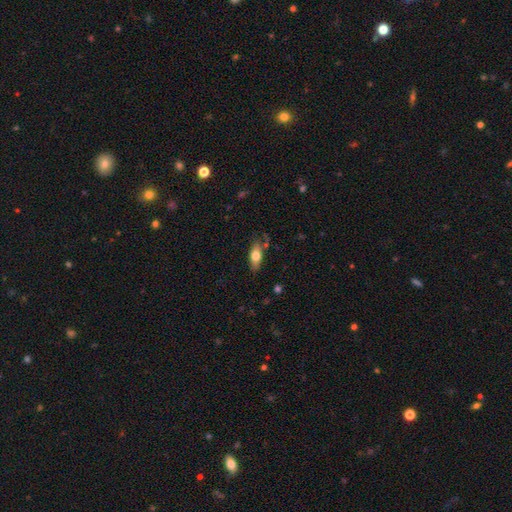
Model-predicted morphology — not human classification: Smooth or featured? Predicted: smooth (p=0.67). How rounded? Predicted: in between (p=0.74). Merging? Predicted: none (p=0.71).